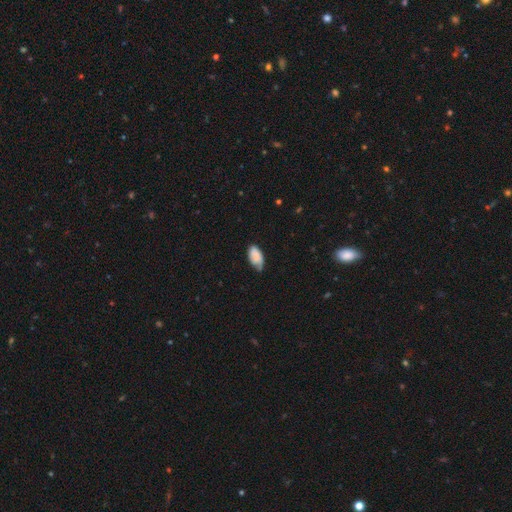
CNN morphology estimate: This is likely a smooth galaxy (77%). How rounded: clearly in between (94%). Merging: possibly none (49%).